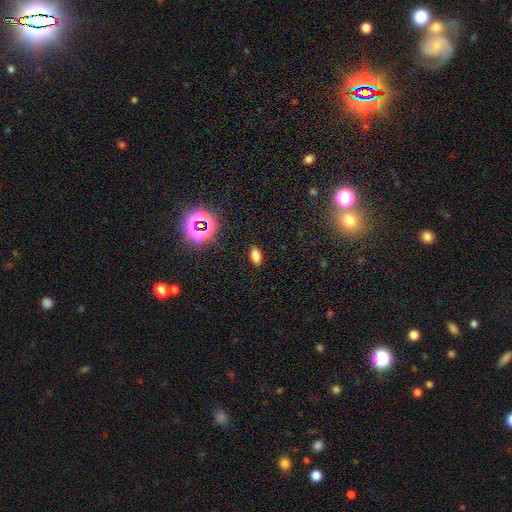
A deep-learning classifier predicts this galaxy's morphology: The model was most divided on "smooth or featured": smooth: 74%, star or artifact: 19%, featured or disk: 7%. More confident: how rounded — in between (89%); merging — none (88%).